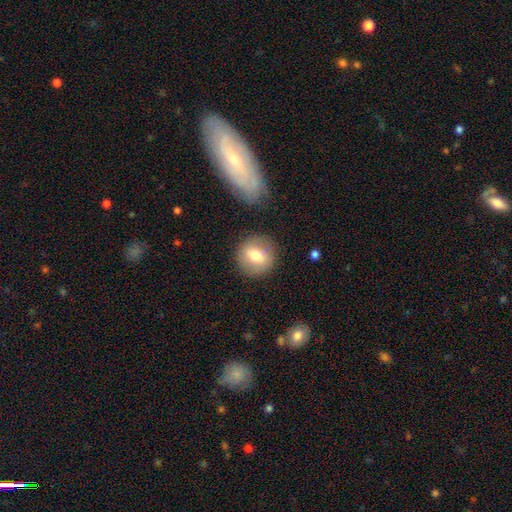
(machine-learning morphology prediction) A smooth galaxy with no disk features (70%) that is round (89%).

Vote fractions:
- Smooth or featured? smooth: 70% / featured or disk: 22% / star or artifact: 8%
- How rounded? round: 89% / in between: 10% / cigar-shaped: 1%
- Merging? none: 85% / minor disturbance: 9% / major disturbance: 3% / merger: 3%